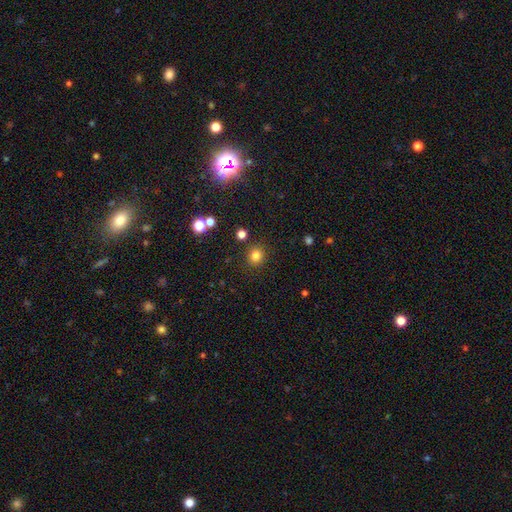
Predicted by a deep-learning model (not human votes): Smooth or featured? smooth (81%)
How rounded? round (86%)
Merging? none (88%)